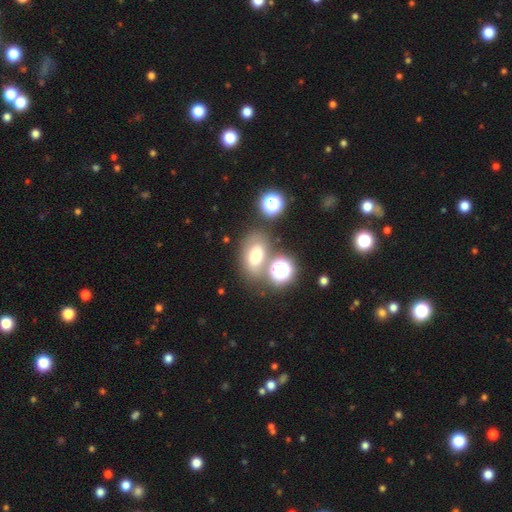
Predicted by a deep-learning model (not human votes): Smooth or featured? smooth (60%)
How rounded? in between (72%)
Merging? none (62%)